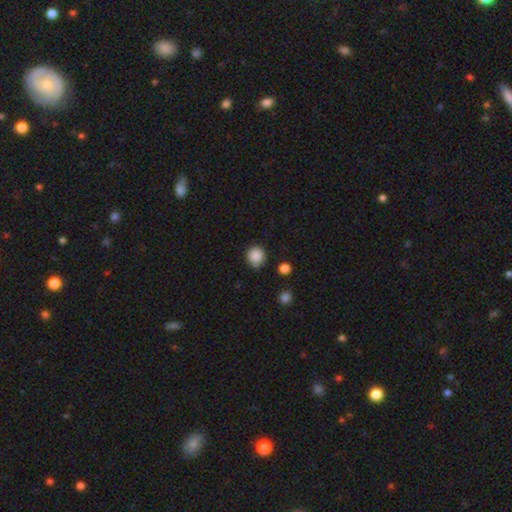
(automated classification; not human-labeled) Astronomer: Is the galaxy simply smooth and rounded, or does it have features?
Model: smooth — 86%.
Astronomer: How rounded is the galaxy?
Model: round — 89%.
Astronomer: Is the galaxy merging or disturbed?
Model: none — 76%.